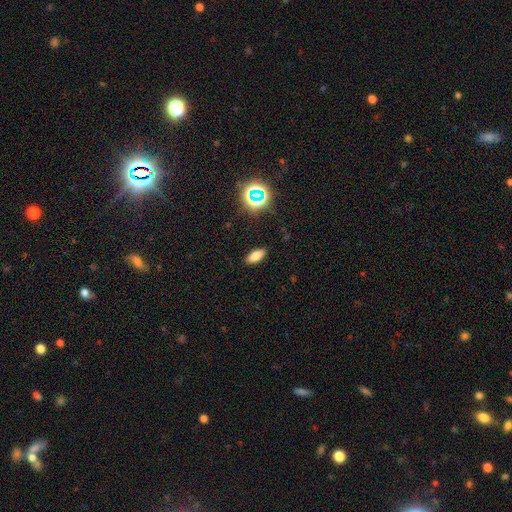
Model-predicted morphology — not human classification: smooth 74%, star or artifact 14%, featured or disk 12%. Down the decision tree: how rounded — in between (81%); merging — none (89%).